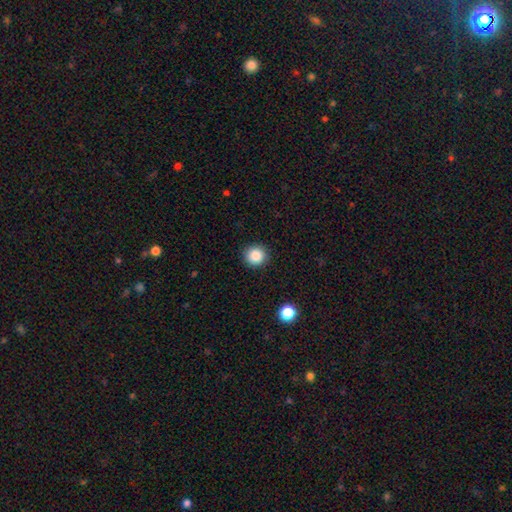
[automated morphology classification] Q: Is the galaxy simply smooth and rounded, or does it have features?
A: smooth — 86%.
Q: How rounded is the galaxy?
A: round — 93%.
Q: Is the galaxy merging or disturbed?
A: none — 91%.